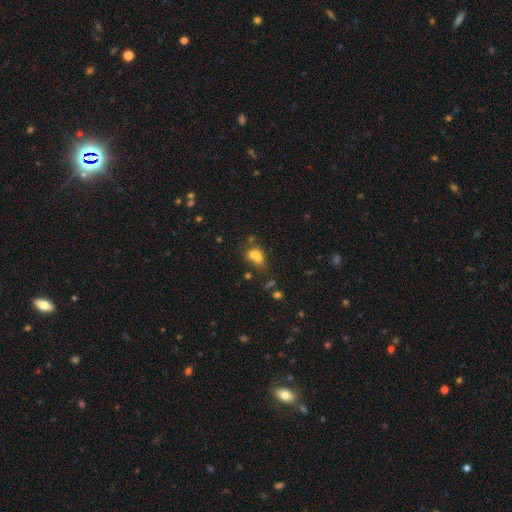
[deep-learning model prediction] Smooth or featured?
  - smooth: 68% *
  - featured or disk: 17%
  - star or artifact: 14%
How rounded?
  - in between: 62% *
  - round: 36%
  - cigar-shaped: 2%
Merging?
  - merger: 55% *
  - none: 25%
  - minor disturbance: 12%
  - major disturbance: 8%